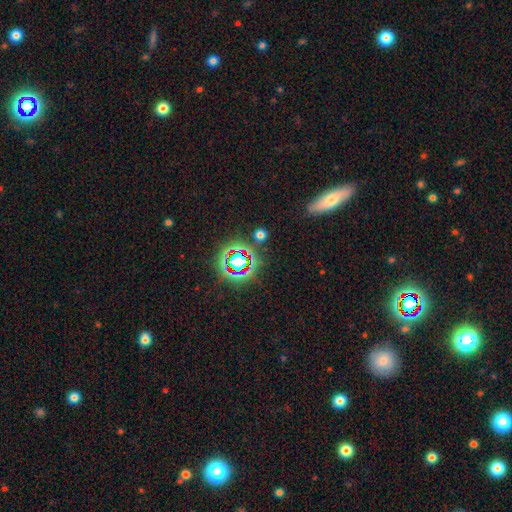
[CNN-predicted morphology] Smooth or featured? star or artifact (58%)